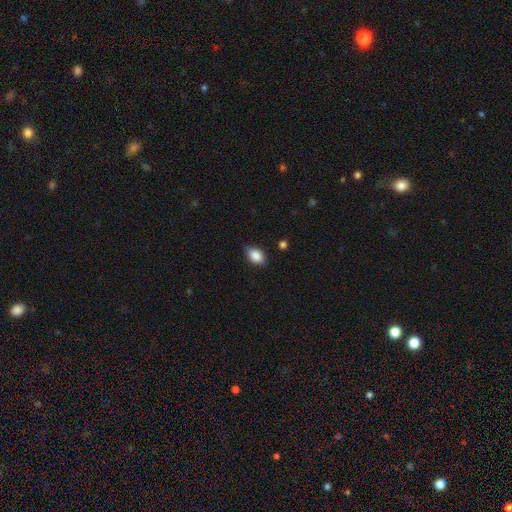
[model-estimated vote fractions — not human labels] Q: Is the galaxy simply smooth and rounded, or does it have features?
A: smooth — 88%.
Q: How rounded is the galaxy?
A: in between — 84%.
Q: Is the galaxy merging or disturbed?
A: none — 79%.